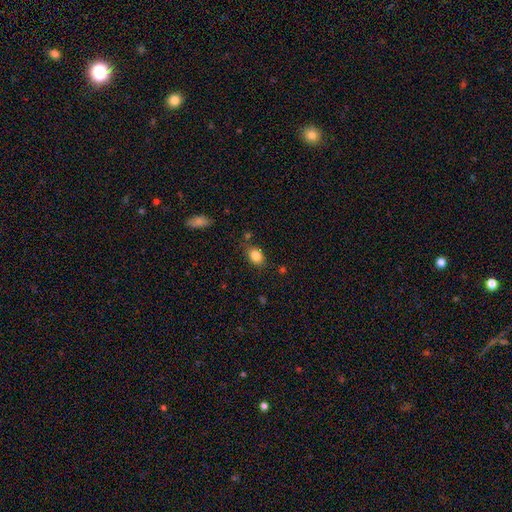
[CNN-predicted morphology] Smooth or featured: smooth — 85% (star or artifact — 9%)
How rounded: in between — 69% (round — 30%)
Merging: none — 77% (minor disturbance — 15%)